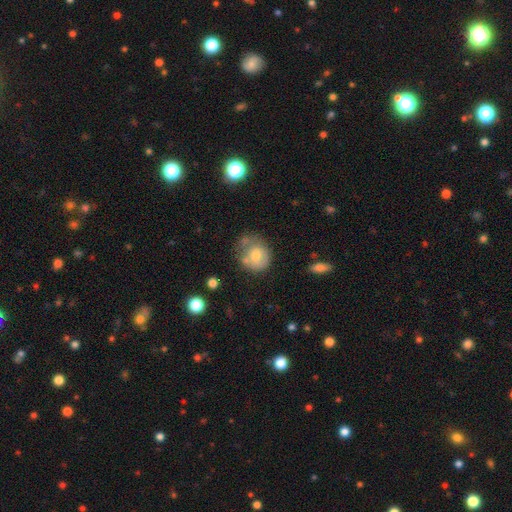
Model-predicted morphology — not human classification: The model was most divided on "merging": none: 40%, minor disturbance: 29%, major disturbance: 17%, merger: 14%. More confident: how rounded — round (69%); smooth or featured — smooth (63%).